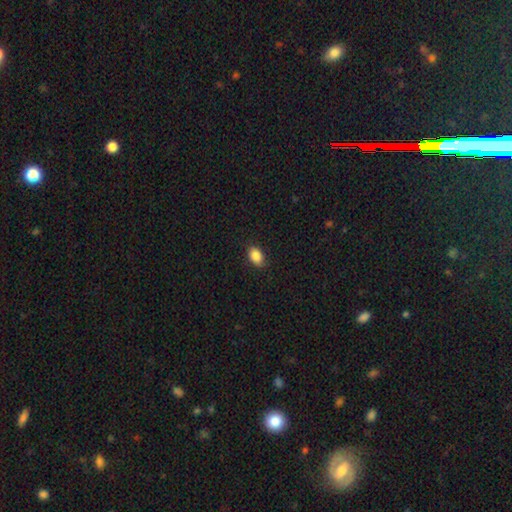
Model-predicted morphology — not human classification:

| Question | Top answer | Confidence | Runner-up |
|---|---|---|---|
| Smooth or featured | smooth | 87% | star or artifact (8%) |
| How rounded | in between | 82% | round (17%) |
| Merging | none | 86% | minor disturbance (10%) |